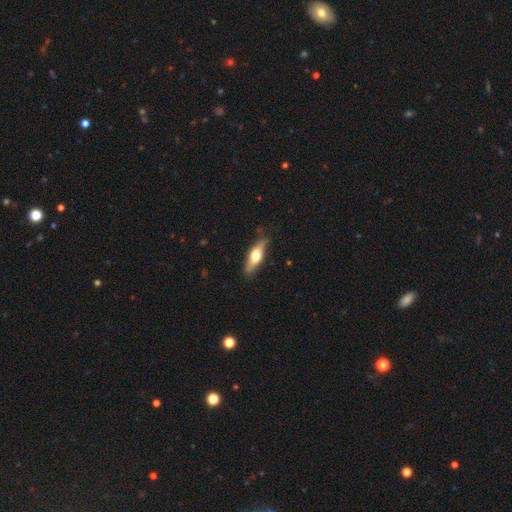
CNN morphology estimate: smooth-or-featured: featured or disk: 48% | smooth: 47% | star or artifact: 6%
  merging: none: 83% | minor disturbance: 13% | major disturbance: 2% | merger: 1%